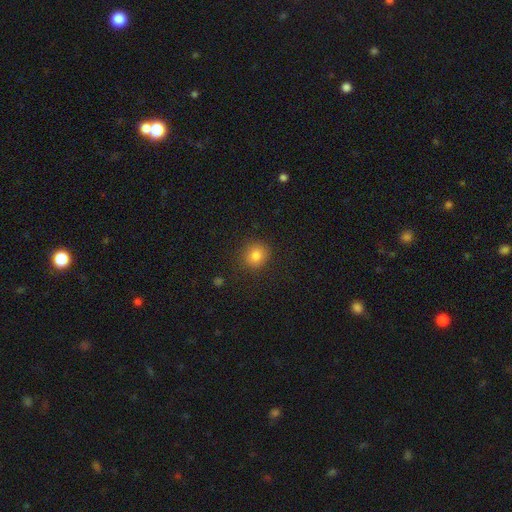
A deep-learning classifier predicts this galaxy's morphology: A smooth galaxy with no disk features (81%) that is round (82%).

Vote fractions:
- Smooth or featured? smooth: 81% / star or artifact: 12% / featured or disk: 7%
- How rounded? round: 82% / in between: 17% / cigar-shaped: 1%
- Merging? none: 86% / minor disturbance: 10% / major disturbance: 3% / merger: 1%